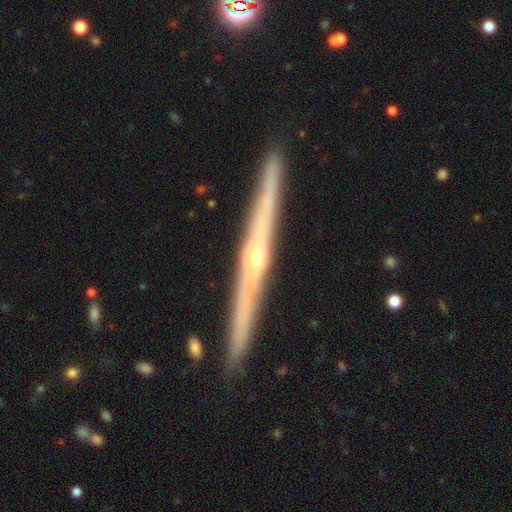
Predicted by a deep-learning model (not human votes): Smooth or featured? featured or disk (84%)
Edge-on disk? yes (98%)
Edge-on bulge? rounded (78%)
Merging? none (92%)